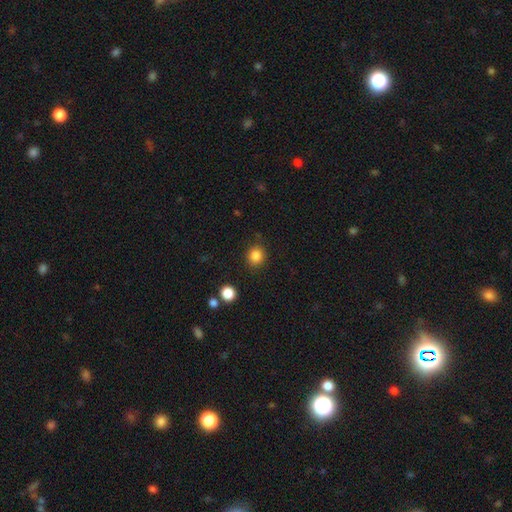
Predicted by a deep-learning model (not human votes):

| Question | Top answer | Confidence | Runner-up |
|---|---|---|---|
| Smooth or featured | smooth | 85% | star or artifact (11%) |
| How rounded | round | 82% | in between (17%) |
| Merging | none | 85% | minor disturbance (10%) |